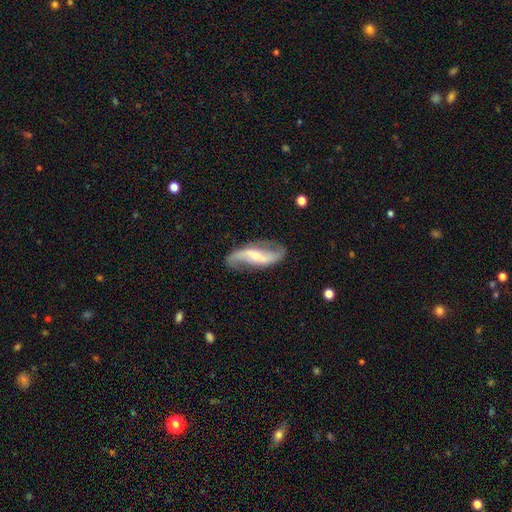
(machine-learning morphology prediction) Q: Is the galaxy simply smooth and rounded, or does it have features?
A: featured or disk — 85%.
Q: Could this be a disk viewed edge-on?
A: no — 92%.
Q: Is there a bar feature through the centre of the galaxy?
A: strong — 37%.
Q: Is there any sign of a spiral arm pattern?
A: yes — 94%.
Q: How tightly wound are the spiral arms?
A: loose — 78%.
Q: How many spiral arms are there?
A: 2 — 92%.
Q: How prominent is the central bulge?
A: small — 61%.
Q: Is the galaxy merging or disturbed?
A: none — 77%.